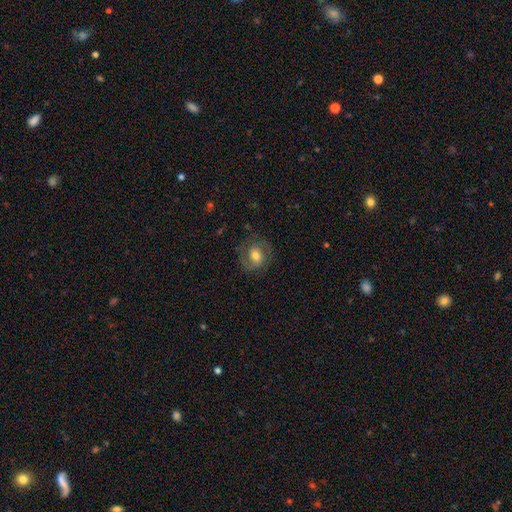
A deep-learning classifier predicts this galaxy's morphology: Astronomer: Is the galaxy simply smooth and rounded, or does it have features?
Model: featured or disk — 57% (runner-up: smooth, 35%).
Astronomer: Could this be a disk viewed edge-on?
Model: no — 97%.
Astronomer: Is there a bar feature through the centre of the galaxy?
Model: no — 49% (runner-up: weak, 37%).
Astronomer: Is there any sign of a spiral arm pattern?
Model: yes — 82%.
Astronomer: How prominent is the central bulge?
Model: moderate — 65%.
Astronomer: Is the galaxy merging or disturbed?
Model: none — 76%.